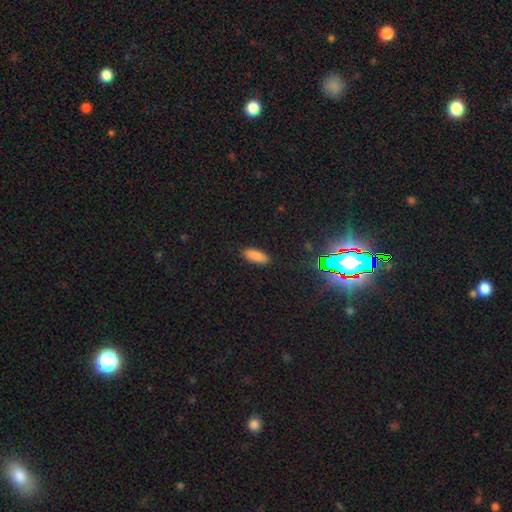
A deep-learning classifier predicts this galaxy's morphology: This is clearly a smooth galaxy (86%). How rounded: likely in between (73%). Merging: clearly none (88%).